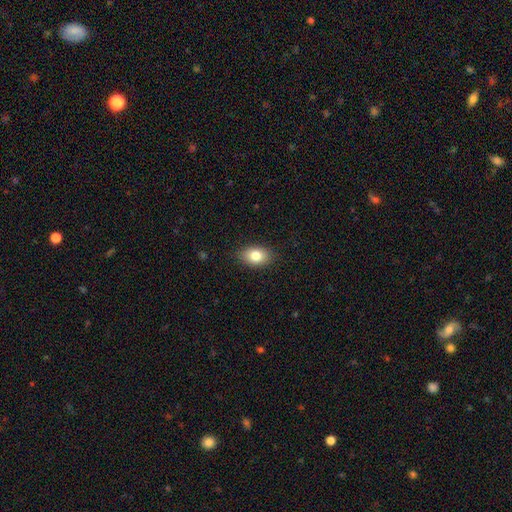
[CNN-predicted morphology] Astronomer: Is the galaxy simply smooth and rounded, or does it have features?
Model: smooth — 82%.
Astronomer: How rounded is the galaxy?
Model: in between — 84%.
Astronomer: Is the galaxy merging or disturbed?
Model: none — 87%.